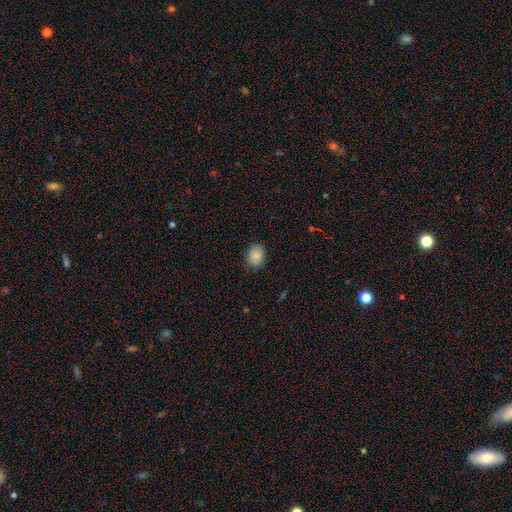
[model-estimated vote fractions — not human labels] smooth_or_featured: smooth (p=0.87) [alt: star or artifact p=0.08]
how_rounded: in between (p=0.58) [alt: round p=0.41]
merging: none (p=0.85) [alt: minor disturbance p=0.11]